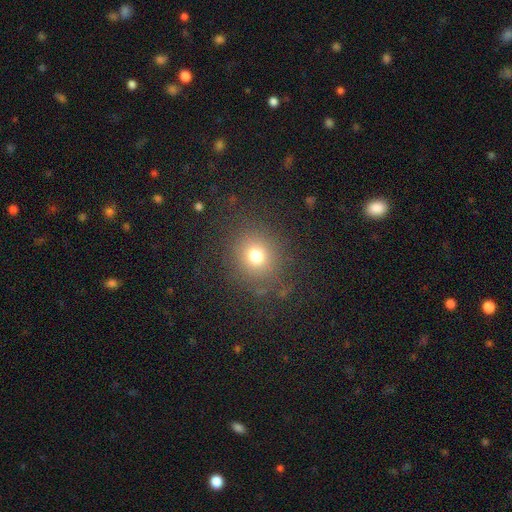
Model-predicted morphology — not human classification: A smooth galaxy with no disk features (73%) that is round (86%).

Vote fractions:
- Smooth or featured? smooth: 73% / star or artifact: 18% / featured or disk: 9%
- How rounded? round: 86% / in between: 13% / cigar-shaped: 1%
- Merging? none: 83% / minor disturbance: 10% / major disturbance: 6% / merger: 2%